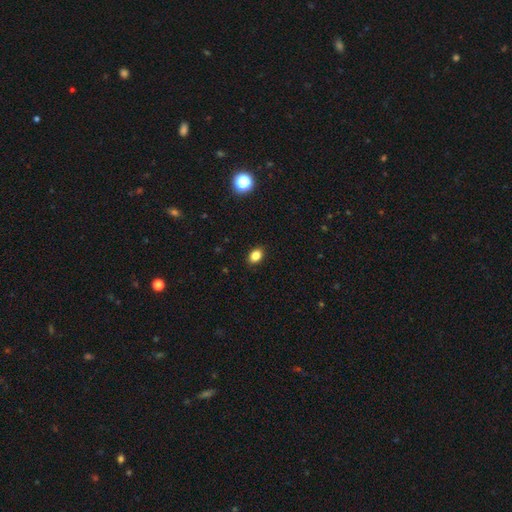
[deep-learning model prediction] Q: Smooth or featured?
A: smooth (84%); runner-up: star or artifact (12%)
Q: How rounded?
A: in between (68%); runner-up: round (31%)
Q: Merging?
A: none (90%); runner-up: minor disturbance (7%)